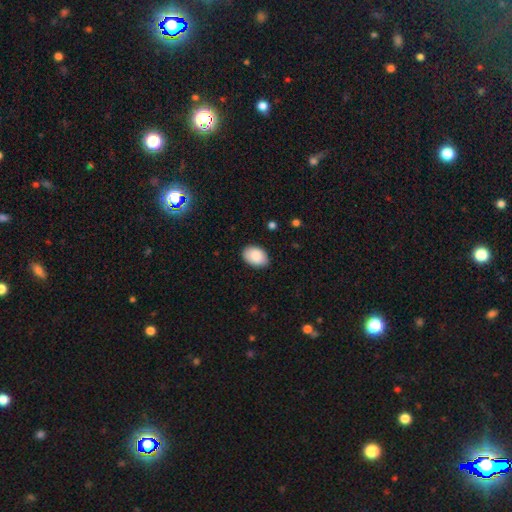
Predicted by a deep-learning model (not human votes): Smooth or featured? smooth (88%)
How rounded? in between (87%)
Merging? none (85%)